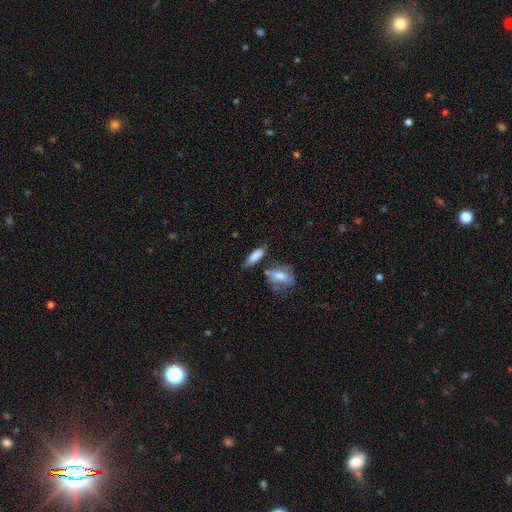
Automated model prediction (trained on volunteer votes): Overall: smooth (81%). How rounded: in between (49%; cigar-shaped 48%). Merging: none (65%).